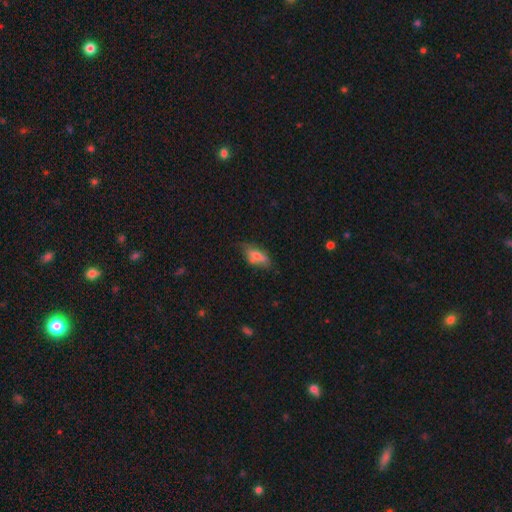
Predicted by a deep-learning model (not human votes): Smooth or featured?
  - smooth: 61% *
  - featured or disk: 30%
  - star or artifact: 9%
How rounded?
  - in between: 74% *
  - cigar-shaped: 22%
  - round: 3%
Merging?
  - none: 60% *
  - minor disturbance: 27%
  - major disturbance: 8%
  - merger: 5%